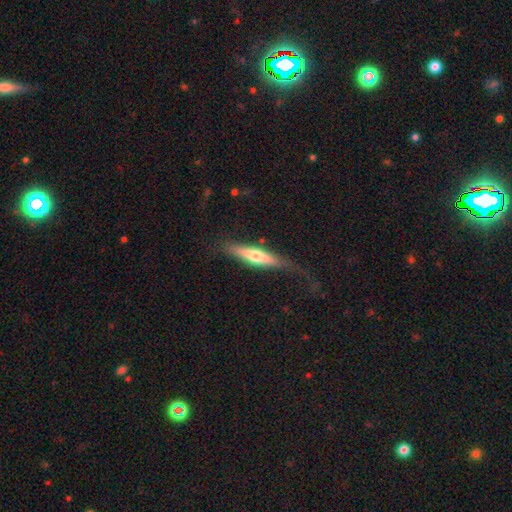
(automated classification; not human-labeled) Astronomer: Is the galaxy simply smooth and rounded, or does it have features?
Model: smooth — 48% (runner-up: featured or disk, 46%).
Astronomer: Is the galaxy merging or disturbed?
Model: none — 64%.